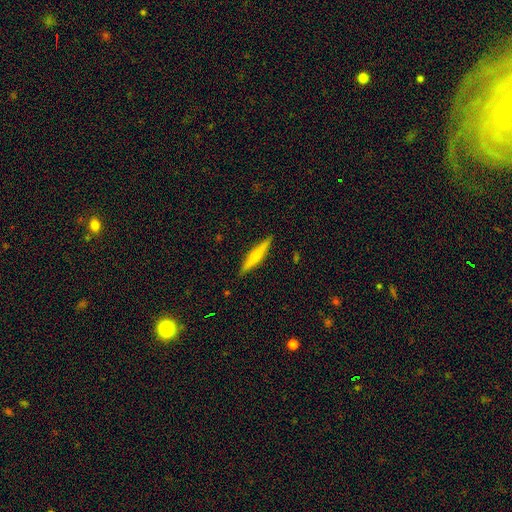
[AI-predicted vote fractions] A smooth galaxy with no disk features (49%). Merging: none (91%).